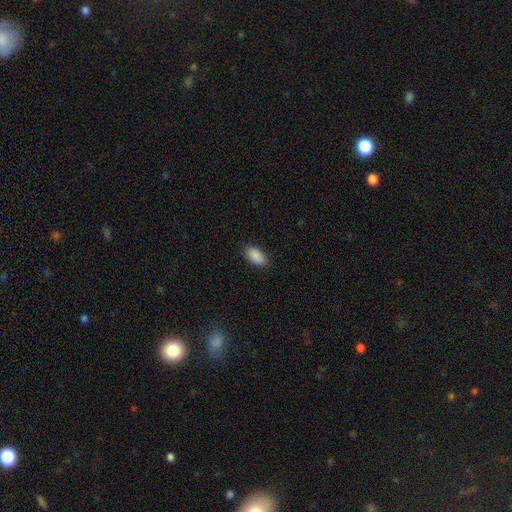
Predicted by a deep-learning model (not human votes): Morphology: type=smooth (90%); roundness=in between (94%); merging=none (88%).